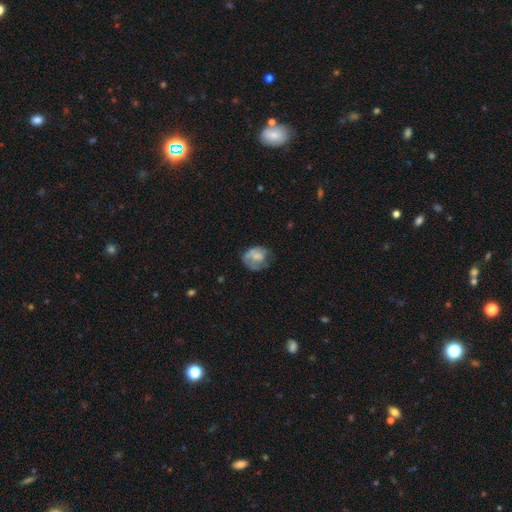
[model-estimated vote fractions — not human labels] Smooth or featured? Predicted: smooth (p=0.52). How rounded? Predicted: round (p=0.61). Merging? Predicted: none (p=0.45).